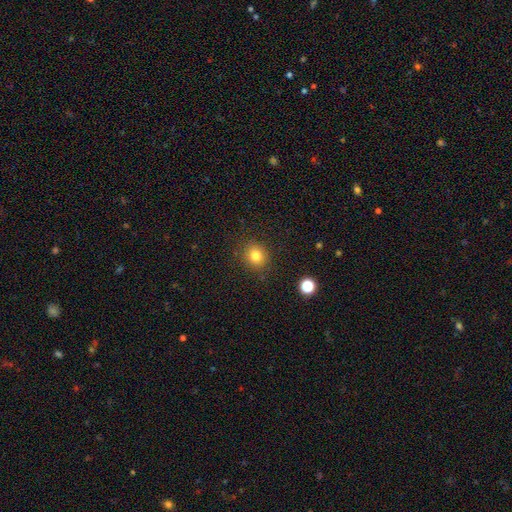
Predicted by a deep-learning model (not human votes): A smooth galaxy with no disk features (81%) that is round (83%). Merging: none (88%).